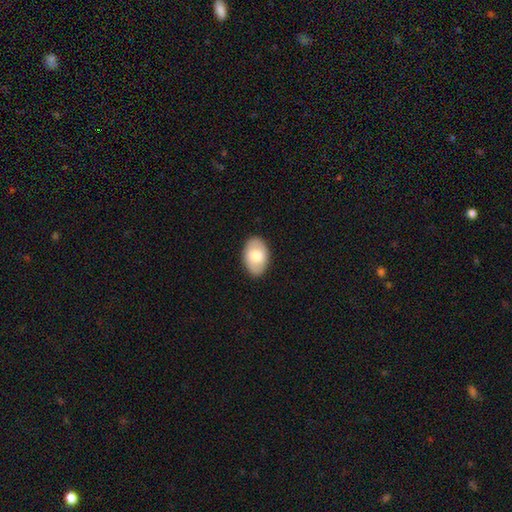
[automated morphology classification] smooth_or_featured: smooth (p=0.68) [alt: featured or disk p=0.26]
how_rounded: in between (p=0.89) [alt: round p=0.10]
merging: none (p=0.87) [alt: minor disturbance p=0.10]